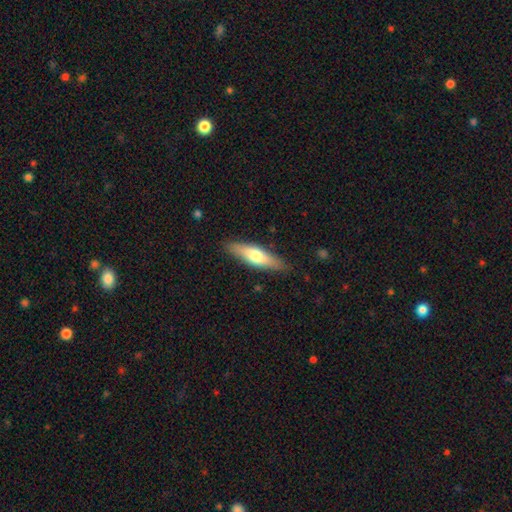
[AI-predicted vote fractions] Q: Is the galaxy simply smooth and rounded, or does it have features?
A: smooth — 58%.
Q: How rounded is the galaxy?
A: cigar-shaped — 64%.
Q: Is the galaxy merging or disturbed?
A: none — 86%.